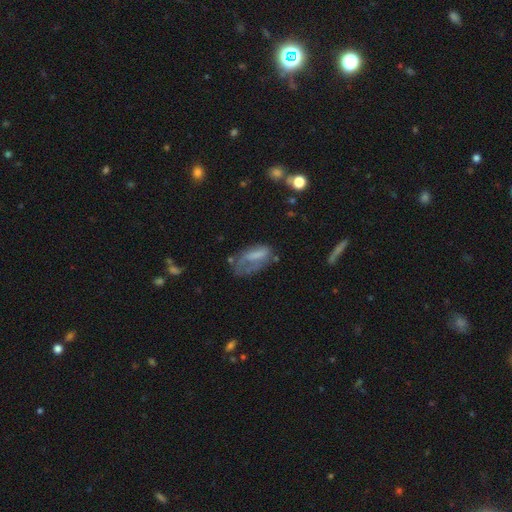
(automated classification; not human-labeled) A smooth galaxy with no disk features (57%) that is in between round and cigar-shaped (78%).

Vote fractions:
- Smooth or featured? smooth: 57% / featured or disk: 33% / star or artifact: 10%
- How rounded? in between: 78% / cigar-shaped: 19% / round: 4%
- Merging? major disturbance: 33% / none: 32% / minor disturbance: 30% / merger: 5%